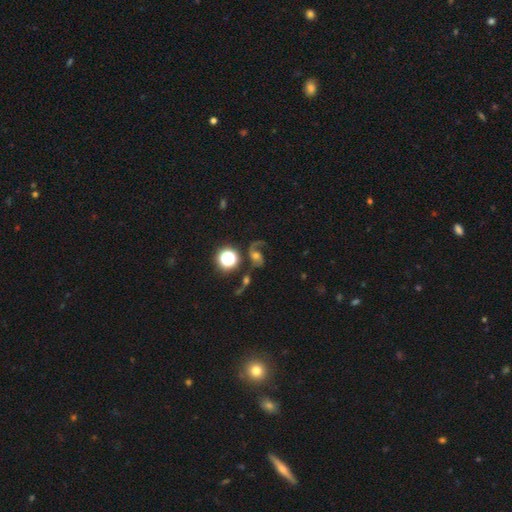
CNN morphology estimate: The model was most divided on "smooth or featured": featured or disk: 45%, star or artifact: 32%, smooth: 23%. More confident: merging — none (63%).